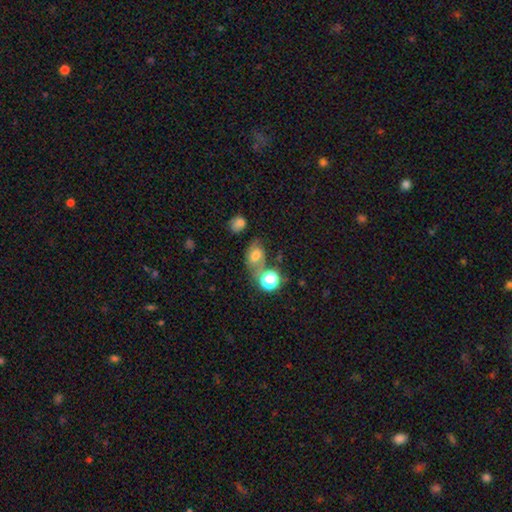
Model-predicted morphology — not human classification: Smooth or featured: smooth — 57% (featured or disk — 25%)
How rounded: in between — 69% (round — 29%)
Merging: none — 52% (minor disturbance — 20%)